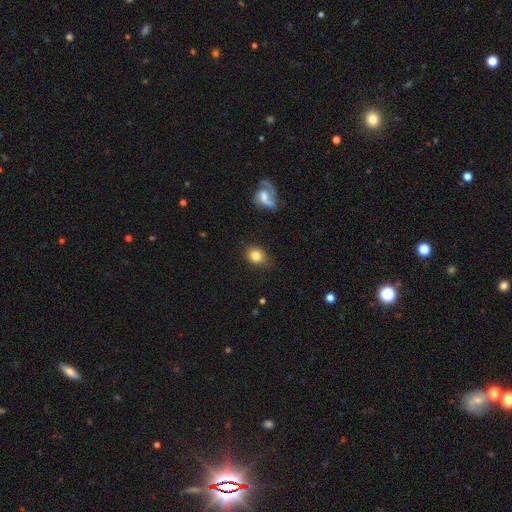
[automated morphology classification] Smooth or featured? Predicted: smooth (p=0.82). How rounded? Predicted: round (p=0.66). Merging? Predicted: none (p=0.78).